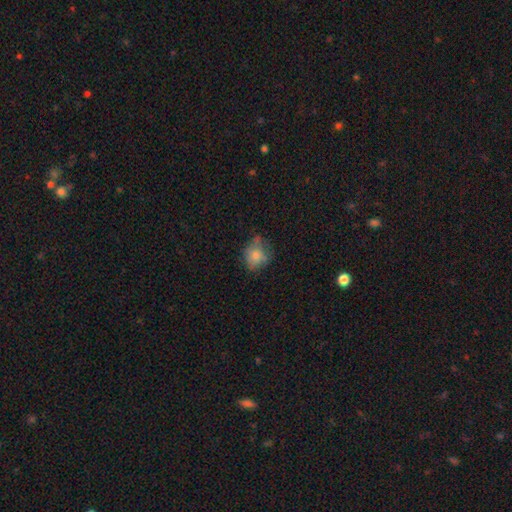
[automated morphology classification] smooth_or_featured: smooth (p=0.75) [alt: featured or disk p=0.16]
how_rounded: round (p=0.70) [alt: in between p=0.29]
merging: none (p=0.51) [alt: minor disturbance p=0.32]